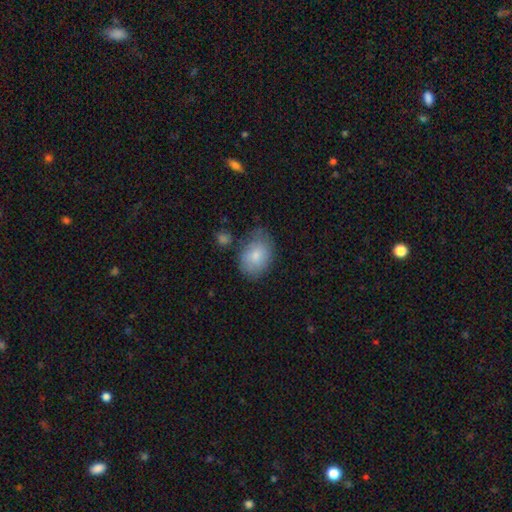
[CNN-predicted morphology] type=smooth (81%); roundness=in between (78%); merging=none (64%).